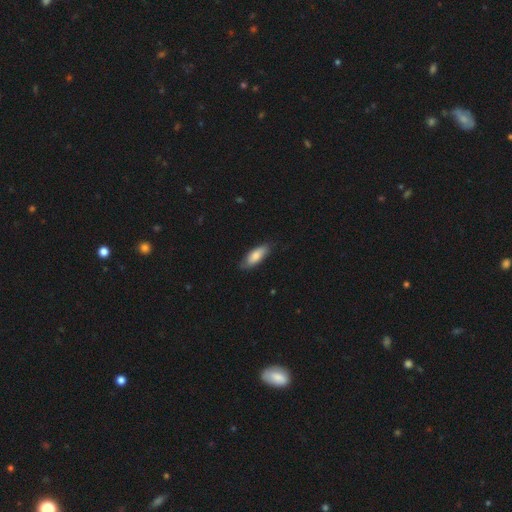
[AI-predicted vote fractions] Q: Smooth or featured?
A: smooth (78%); runner-up: featured or disk (16%)
Q: How rounded?
A: in between (75%); runner-up: cigar-shaped (23%)
Q: Merging?
A: none (79%); runner-up: minor disturbance (17%)